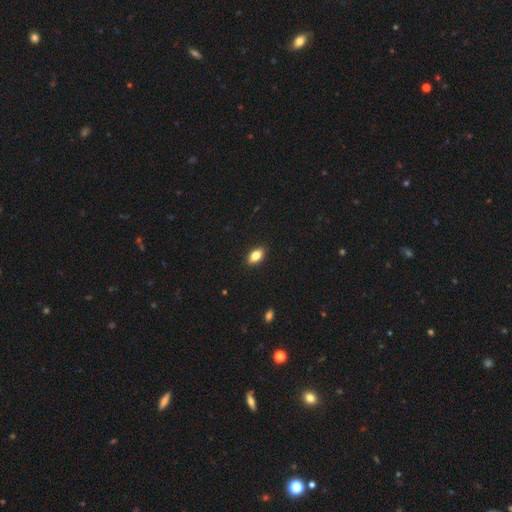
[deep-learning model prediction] This appears to be a smooth galaxy with no disk features (81%) that is in between round and cigar-shaped (88%). Merging: none (90%).